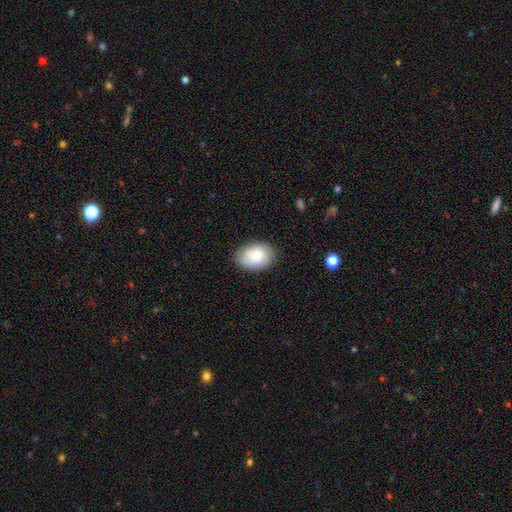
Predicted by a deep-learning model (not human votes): smooth 85%, featured or disk 8%, star or artifact 7%. Down the decision tree: how rounded — in between (83%); merging — none (83%).